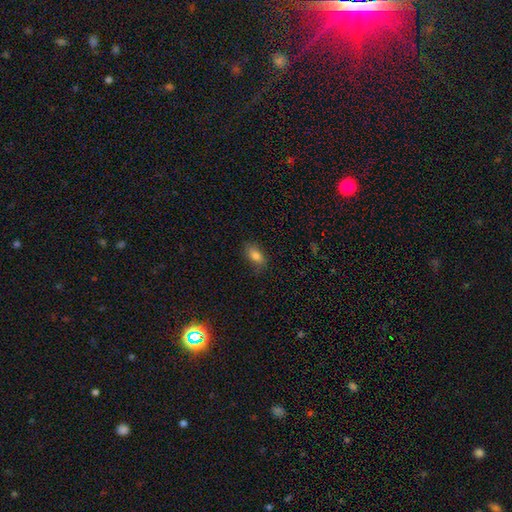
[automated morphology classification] Smooth or featured: smooth — 82% (star or artifact — 10%)
How rounded: in between — 88% (round — 8%)
Merging: none — 80% (minor disturbance — 16%)